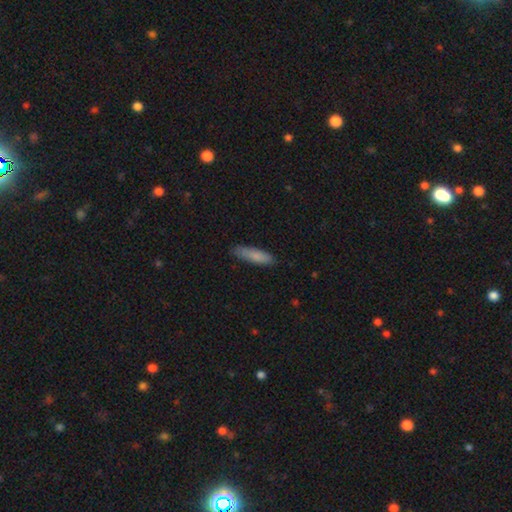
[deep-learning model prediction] Overall: smooth (82%). How rounded: cigar-shaped (68%; in between 30%). Merging: none (81%).